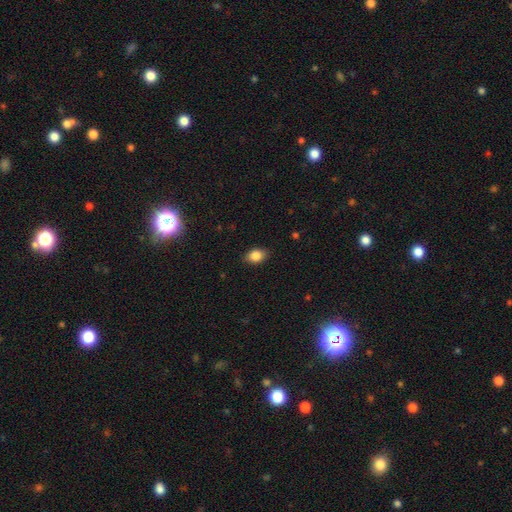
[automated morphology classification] A smooth galaxy with no disk features (85%) that is in between round and cigar-shaped (77%). Merging: none (85%).